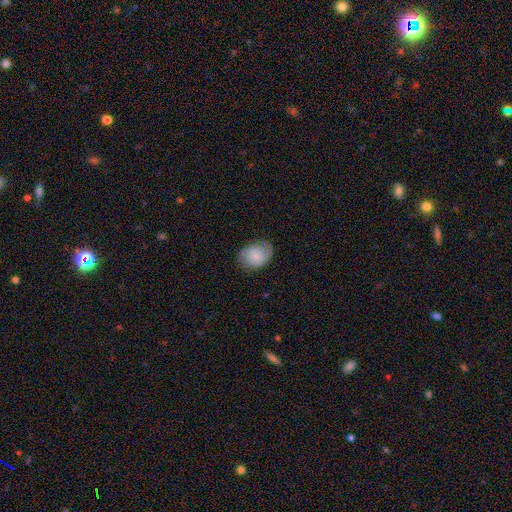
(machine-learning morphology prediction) Smooth or featured? Predicted: smooth (p=0.61). How rounded? Predicted: in between (p=0.68). Merging? Predicted: none (p=0.70).